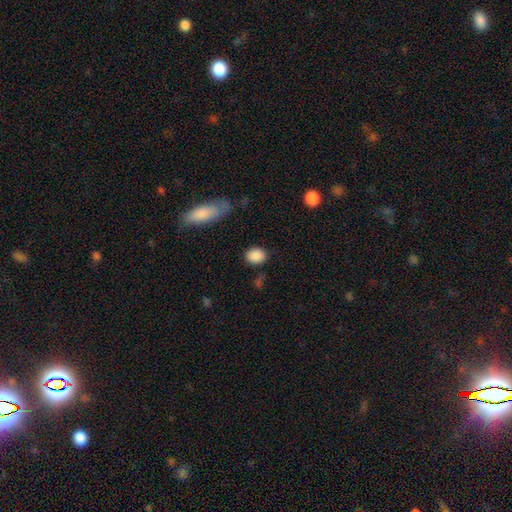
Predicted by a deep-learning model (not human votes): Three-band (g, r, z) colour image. It shows a smooth galaxy with no disk features (88%) that is in between round and cigar-shaped (51%). Merging: none (83%).